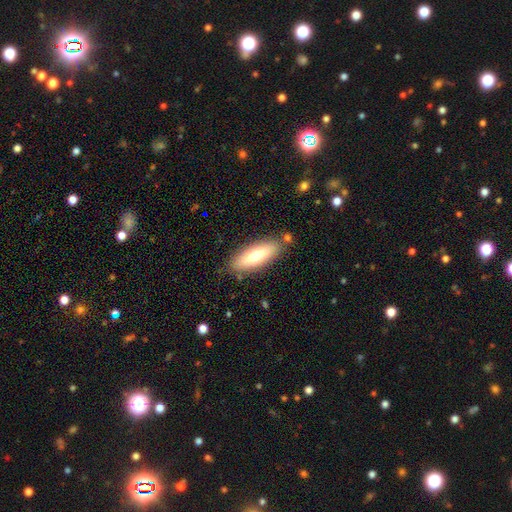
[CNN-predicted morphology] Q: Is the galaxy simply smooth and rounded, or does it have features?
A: smooth — 68%.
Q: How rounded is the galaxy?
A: in between — 59%.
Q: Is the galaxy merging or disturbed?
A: none — 82%.